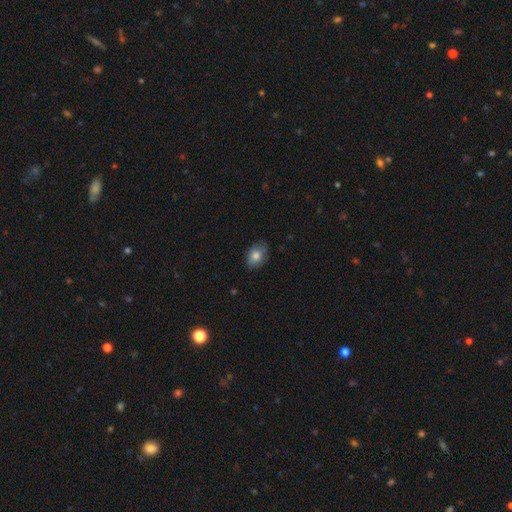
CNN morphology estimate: Smooth or featured: smooth — 81% (featured or disk — 11%)
How rounded: in between — 81% (round — 18%)
Merging: none — 78% (minor disturbance — 18%)